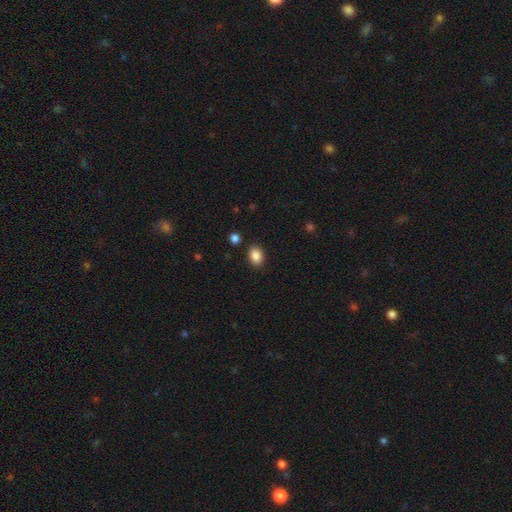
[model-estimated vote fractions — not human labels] Smooth or featured: smooth — 87% (star or artifact — 9%)
How rounded: in between — 75% (round — 24%)
Merging: none — 86% (minor disturbance — 9%)